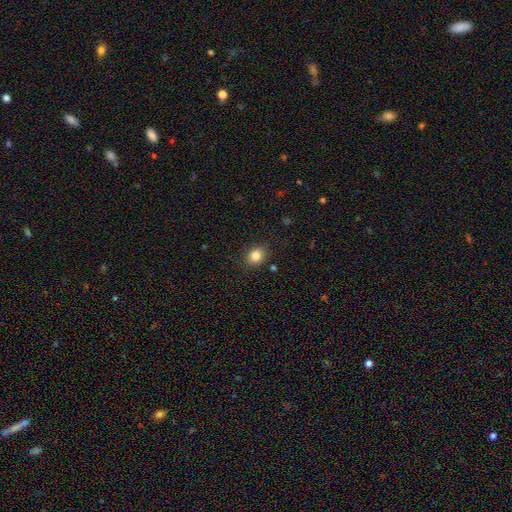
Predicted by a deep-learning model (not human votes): smooth-or-featured: smooth: 83% | star or artifact: 11% | featured or disk: 6%
  how-rounded: round: 60% | in between: 39% | cigar-shaped: 1%
  merging: none: 87% | minor disturbance: 9% | major disturbance: 2% | merger: 2%